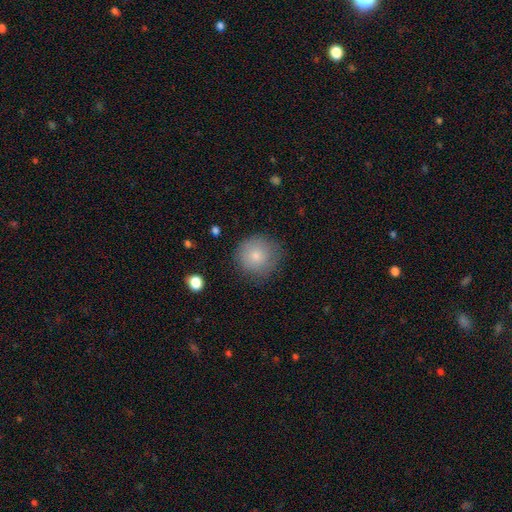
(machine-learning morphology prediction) Overall: smooth (80%). How rounded: round (93%). Merging: none (77%).